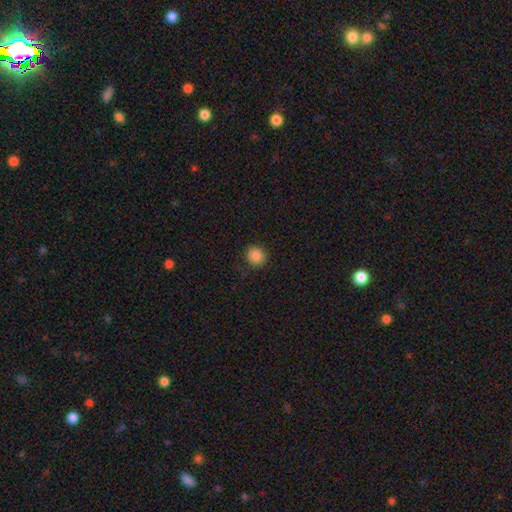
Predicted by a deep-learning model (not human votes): smooth 86%, star or artifact 10%, featured or disk 4%. Down the decision tree: how rounded — round (88%); merging — none (90%).